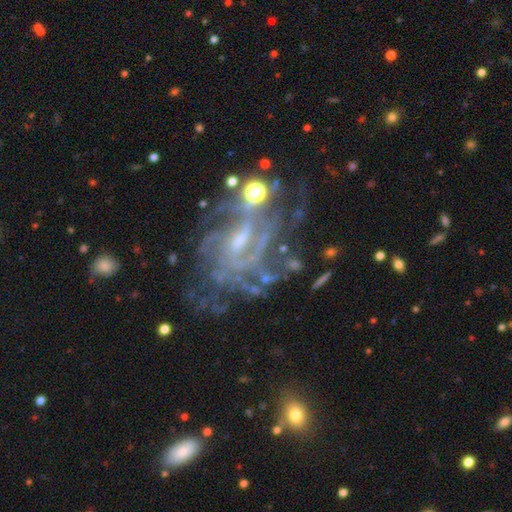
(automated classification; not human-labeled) A featured or disk galaxy (84%) with a weak bar (50%), tight (48%) spiral arms (92%) and a small central bulge (49%). Merging: none (56%).